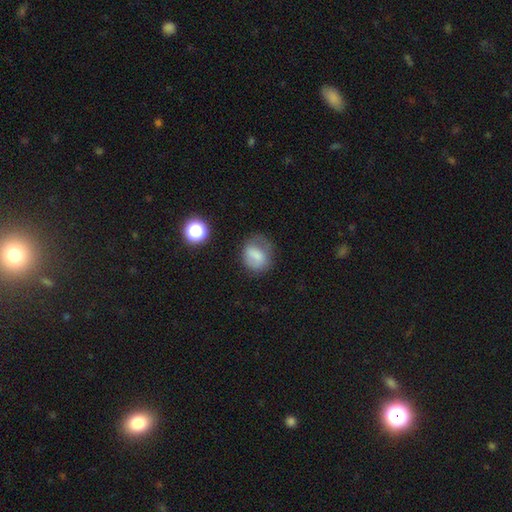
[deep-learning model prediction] Q: Smooth or featured?
A: smooth (70%); runner-up: featured or disk (19%)
Q: How rounded?
A: round (53%); runner-up: in between (46%)
Q: Merging?
A: none (49%); runner-up: minor disturbance (29%)